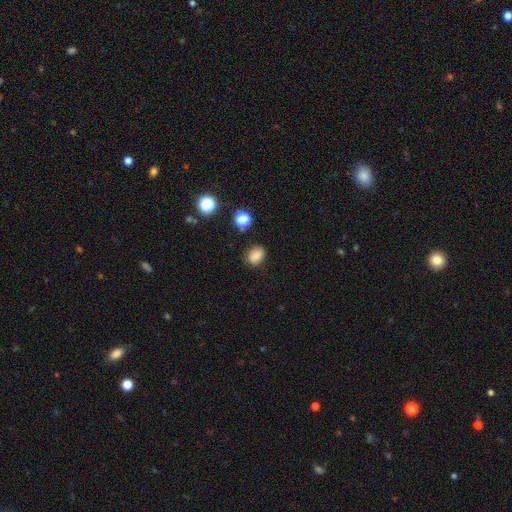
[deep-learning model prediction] Morphology: type=smooth (81%); roundness=in between (59%); merging=none (77%).